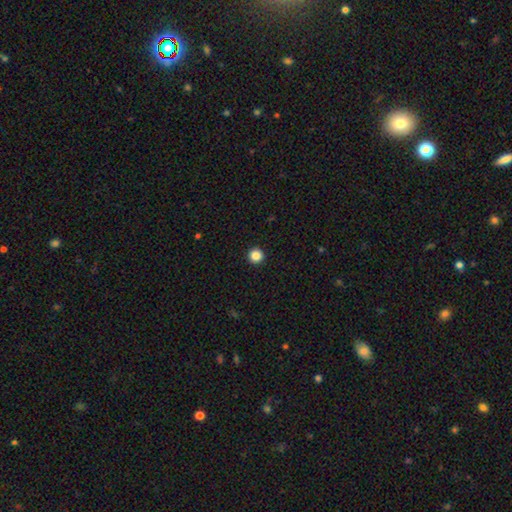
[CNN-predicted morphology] smooth 86%, star or artifact 11%, featured or disk 3%. Down the decision tree: how rounded — round (96%); merging — none (94%).